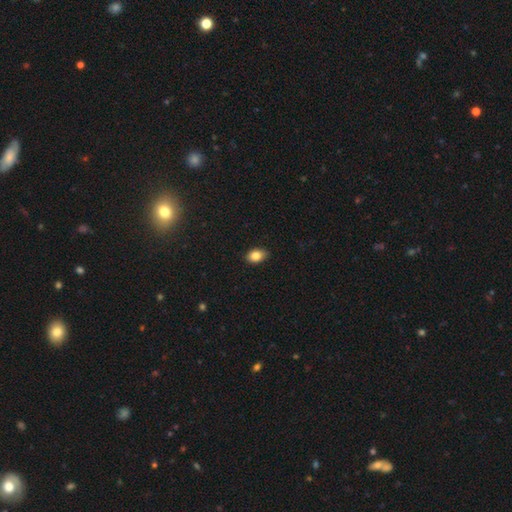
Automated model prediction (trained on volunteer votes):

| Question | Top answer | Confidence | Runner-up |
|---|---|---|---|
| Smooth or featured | smooth | 84% | star or artifact (9%) |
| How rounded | in between | 82% | round (17%) |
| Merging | none | 86% | minor disturbance (12%) |